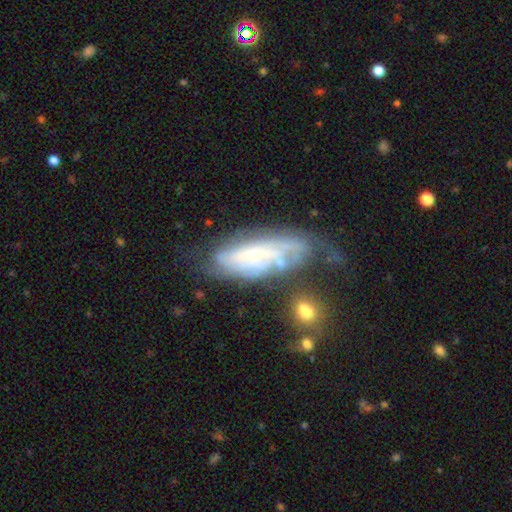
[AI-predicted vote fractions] A featured or disk galaxy (70%) with no bar (55%), spiral arms (79%) and a small central bulge (61%).

Vote fractions:
- Smooth or featured? featured or disk: 70% / smooth: 22% / star or artifact: 8%
- Edge-on disk? no: 82% / yes: 18%
- Bar? no: 55% / weak: 33% / strong: 12%
- Spiral arms? yes: 79% / no: 21%
- Bulge size? small: 61% / moderate: 26% / none: 8% / large: 3% / dominant: 1%
- Merging? none: 42% / minor disturbance: 27% / major disturbance: 21% / merger: 9%